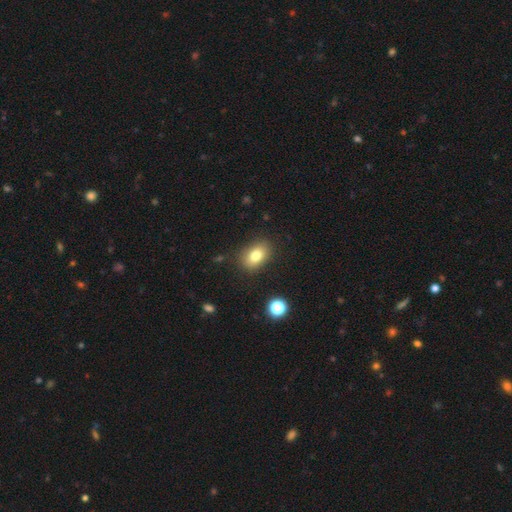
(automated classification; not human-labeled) This appears to be a smooth galaxy with no disk features (79%) that is in between round and cigar-shaped (80%). Merging: none (84%).